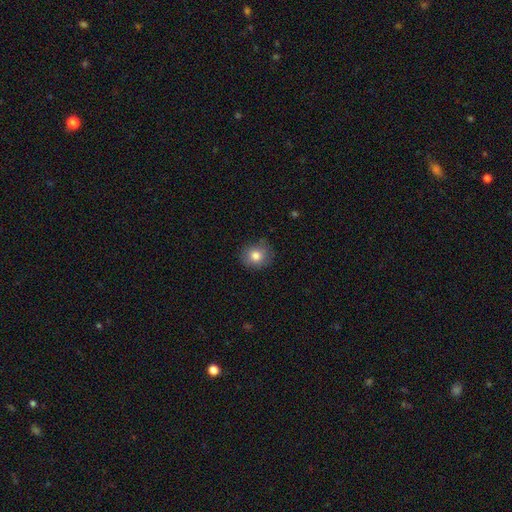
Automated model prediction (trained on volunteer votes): Q: Smooth or featured?
A: smooth (81%); runner-up: star or artifact (10%)
Q: How rounded?
A: round (78%); runner-up: in between (21%)
Q: Merging?
A: none (81%); runner-up: minor disturbance (15%)